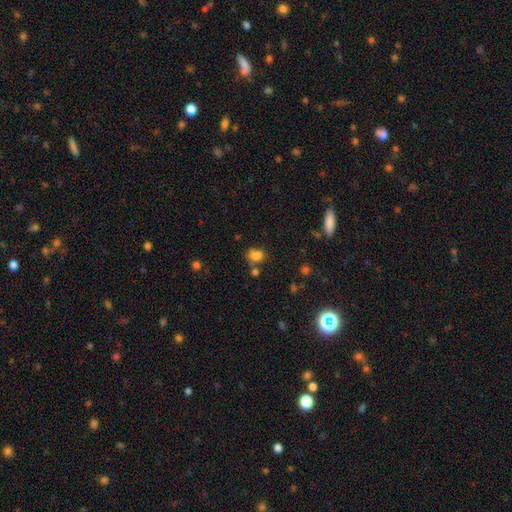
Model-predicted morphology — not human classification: This is likely a smooth galaxy (73%). How rounded: possibly in between (57%). Merging: possibly none (49%).